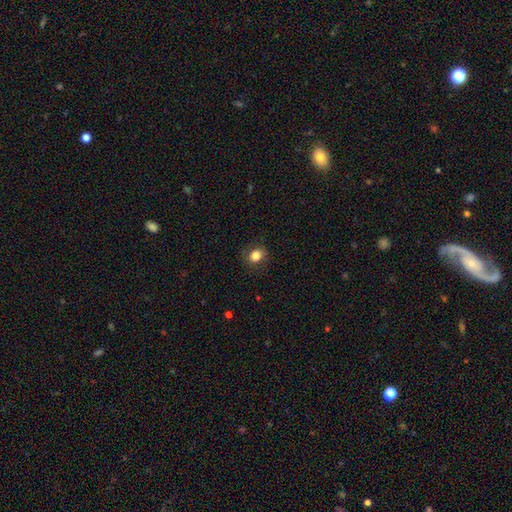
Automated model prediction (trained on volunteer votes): Smooth or featured?
  - smooth: 83% *
  - star or artifact: 10%
  - featured or disk: 7%
How rounded?
  - round: 54% *
  - in between: 45%
  - cigar-shaped: 1%
Merging?
  - none: 84% *
  - minor disturbance: 11%
  - major disturbance: 3%
  - merger: 1%